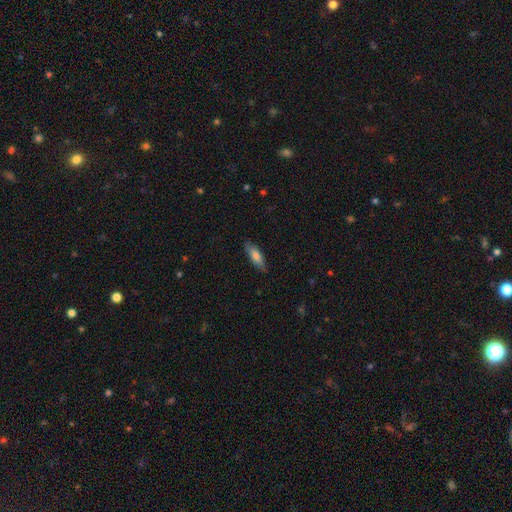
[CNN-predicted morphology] Overall: smooth (75%). How rounded: in between (54%; cigar-shaped 45%). Merging: none (82%).